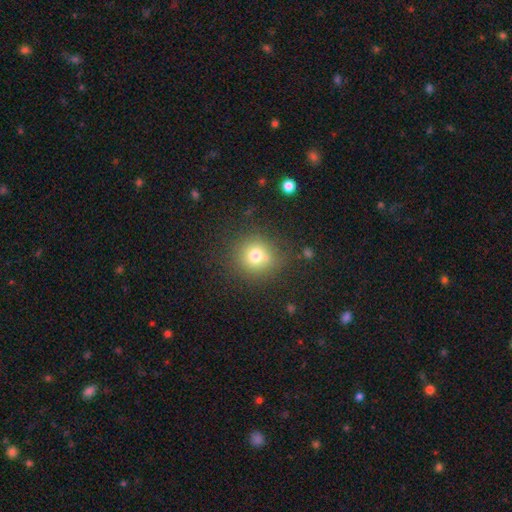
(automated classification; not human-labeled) smooth_or_featured: smooth (p=0.72) [alt: star or artifact p=0.15]
how_rounded: round (p=0.90) [alt: in between p=0.09]
merging: none (p=0.71) [alt: merger p=0.13]